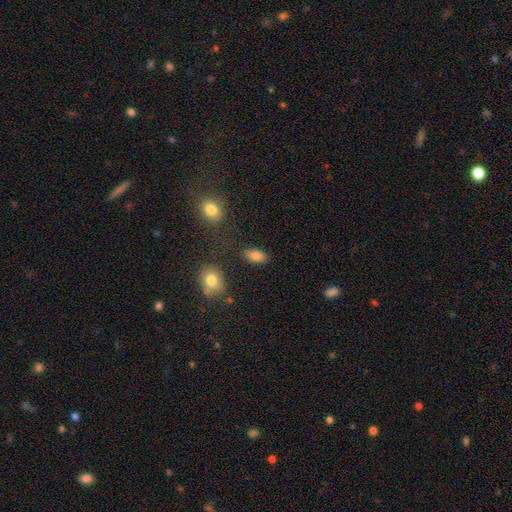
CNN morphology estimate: Q: Smooth or featured?
A: smooth (85%); runner-up: star or artifact (9%)
Q: How rounded?
A: in between (90%); runner-up: round (7%)
Q: Merging?
A: none (83%); runner-up: minor disturbance (10%)